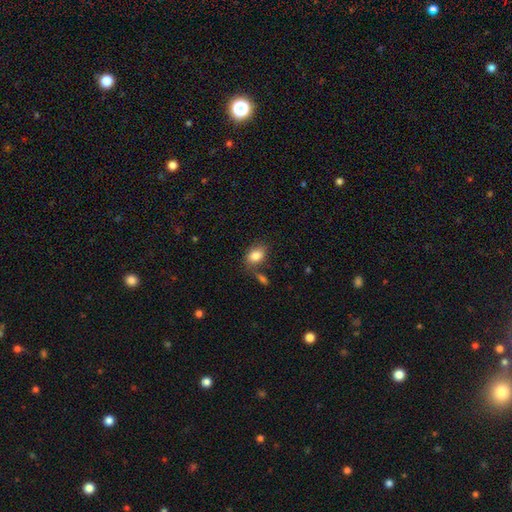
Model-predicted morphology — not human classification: A smooth galaxy with no disk features (84%) that is in between round and cigar-shaped (79%). Merging: none (63%).